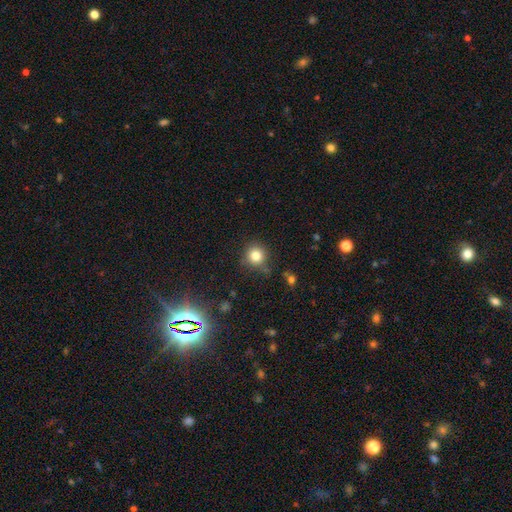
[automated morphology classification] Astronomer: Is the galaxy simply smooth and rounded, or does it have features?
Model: smooth — 81%.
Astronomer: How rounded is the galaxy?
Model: round — 93%.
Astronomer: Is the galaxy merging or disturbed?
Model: none — 81%.